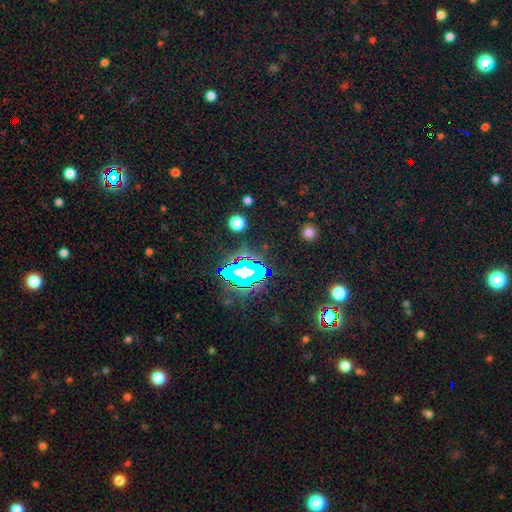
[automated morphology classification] Q: Smooth or featured?
A: star or artifact (81%); runner-up: smooth (12%)